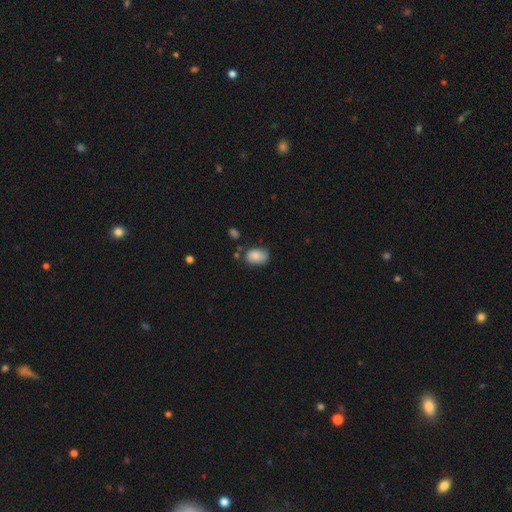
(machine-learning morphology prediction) Smooth or featured? smooth (85%)
How rounded? in between (86%)
Merging? none (65%)